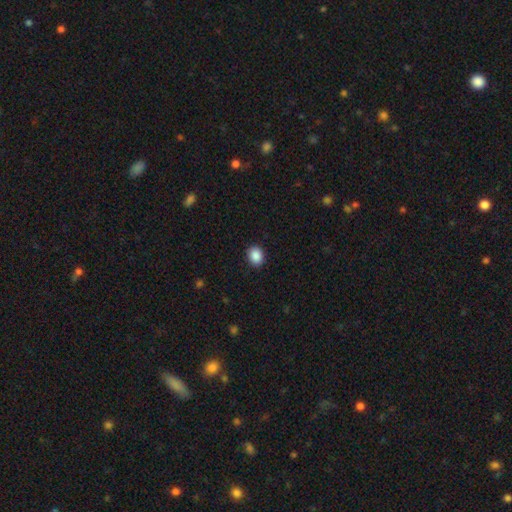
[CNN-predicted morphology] Overall: smooth (88%). How rounded: round (52%; in between 47%). Merging: none (90%).